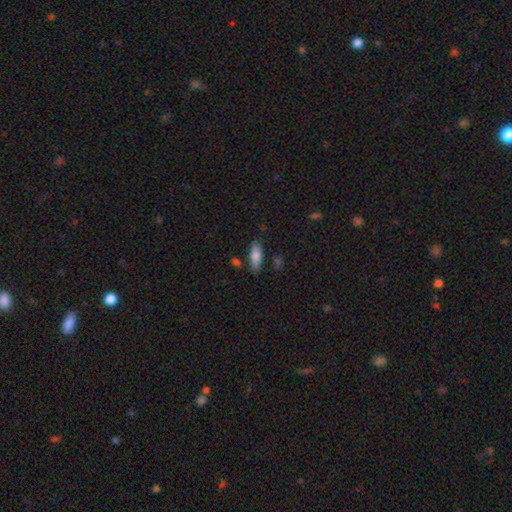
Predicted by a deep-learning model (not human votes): The model was most divided on "how rounded": in between: 64%, cigar-shaped: 33%, round: 2%. More confident: smooth or featured — smooth (77%); merging — none (77%).